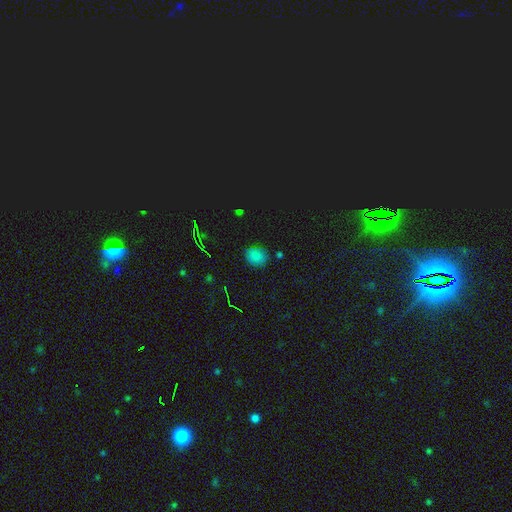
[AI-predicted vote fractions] This appears to be a smooth galaxy with no disk features (70%) that is round (67%). Merging: none (81%).